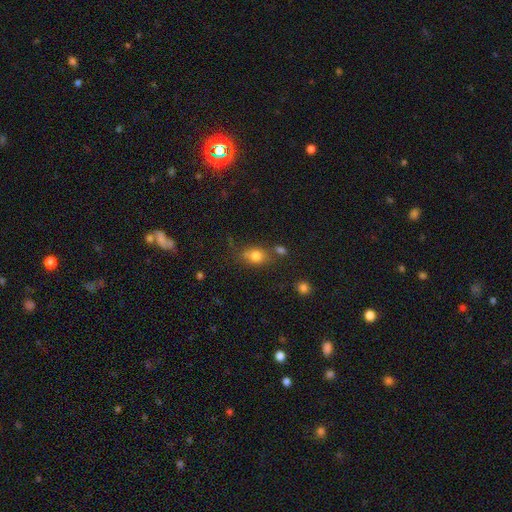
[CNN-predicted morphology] A smooth galaxy with no disk features (77%) that is in between round and cigar-shaped (58%). Merging: none (59%).